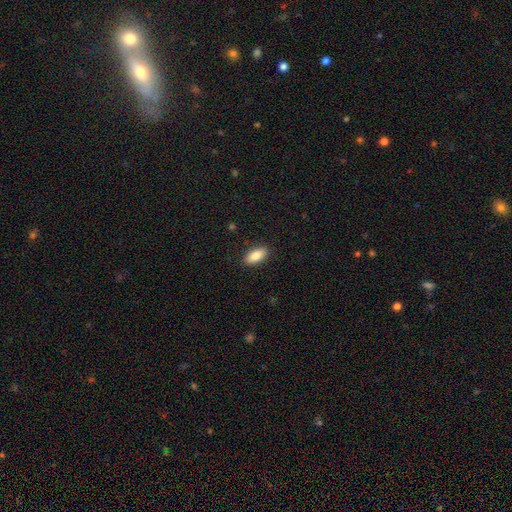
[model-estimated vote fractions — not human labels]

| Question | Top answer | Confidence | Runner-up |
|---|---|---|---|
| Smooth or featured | smooth | 86% | featured or disk (8%) |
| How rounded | in between | 89% | cigar-shaped (8%) |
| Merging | none | 89% | minor disturbance (8%) |